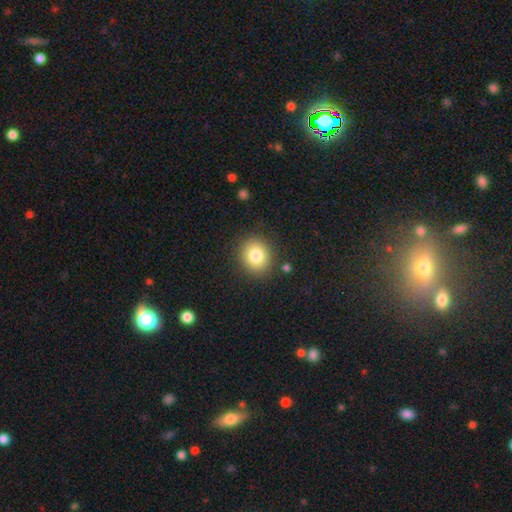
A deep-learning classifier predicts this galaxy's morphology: This is clearly a smooth galaxy (81%). How rounded: likely round (77%). Merging: clearly none (87%).